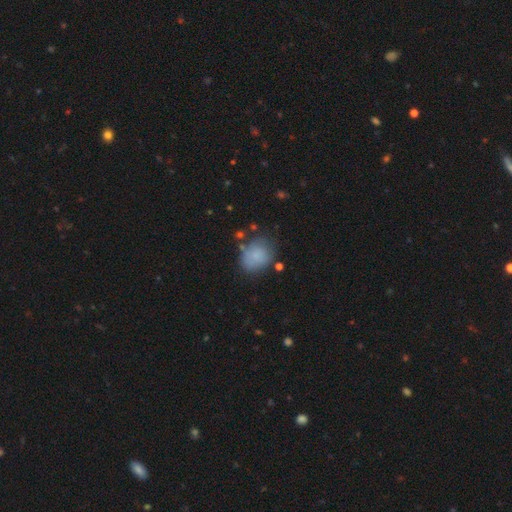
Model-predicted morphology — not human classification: A smooth galaxy with no disk features (79%) that is round (53%). Merging: none (62%).